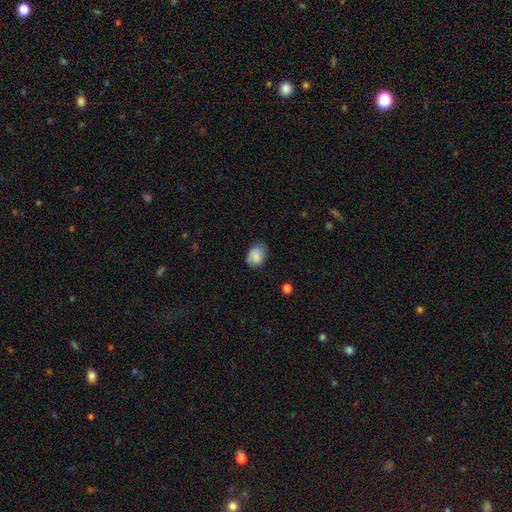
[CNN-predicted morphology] This appears to be a smooth galaxy with no disk features (80%) that is in between round and cigar-shaped (70%). Merging: none (64%).